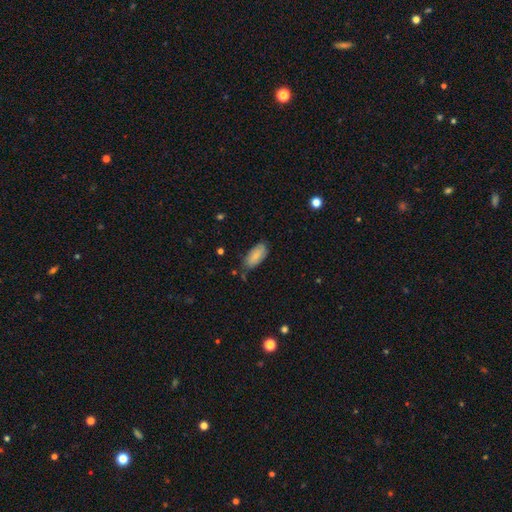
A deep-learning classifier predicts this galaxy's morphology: This is clearly a smooth galaxy (82%). How rounded: clearly in between (91%). Merging: likely none (68%).